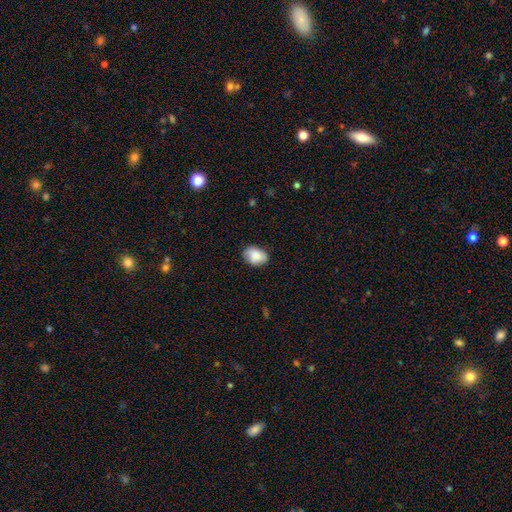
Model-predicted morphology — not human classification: Overall: smooth (84%). How rounded: in between (80%). Merging: none (74%).